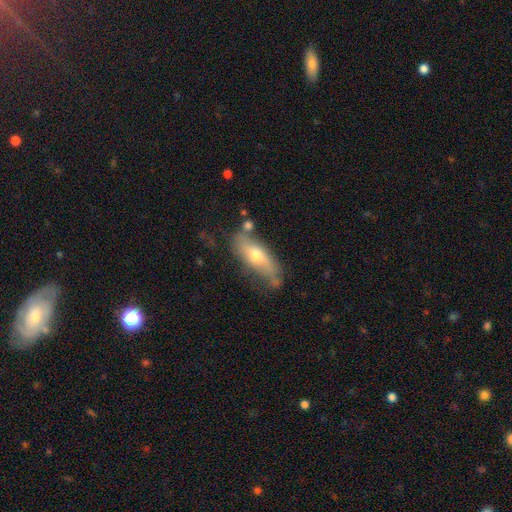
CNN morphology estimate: smooth-or-featured: featured or disk: 51% | smooth: 41% | star or artifact: 8%
  disk-edge-on: no: 65% | yes: 35%
  merging: none: 58% | minor disturbance: 26% | major disturbance: 9% | merger: 7%